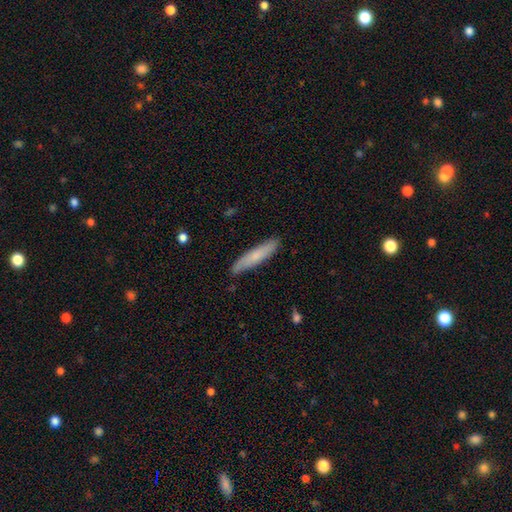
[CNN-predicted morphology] Smooth or featured? Predicted: smooth (p=0.71). How rounded? Predicted: cigar-shaped (p=0.89). Merging? Predicted: none (p=0.86).